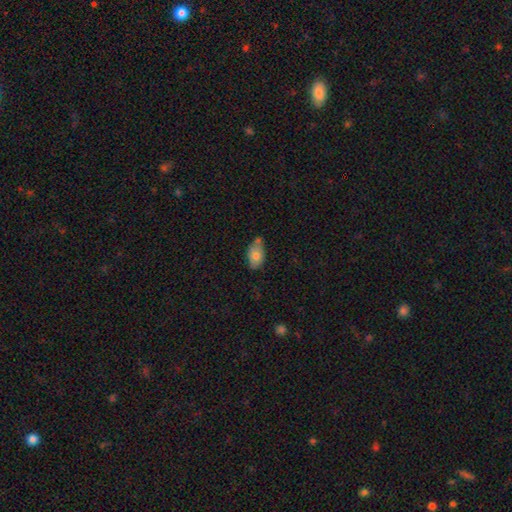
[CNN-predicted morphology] smooth 77%, featured or disk 15%, star or artifact 8%. Down the decision tree: how rounded — in between (90%); merging — none (52%).